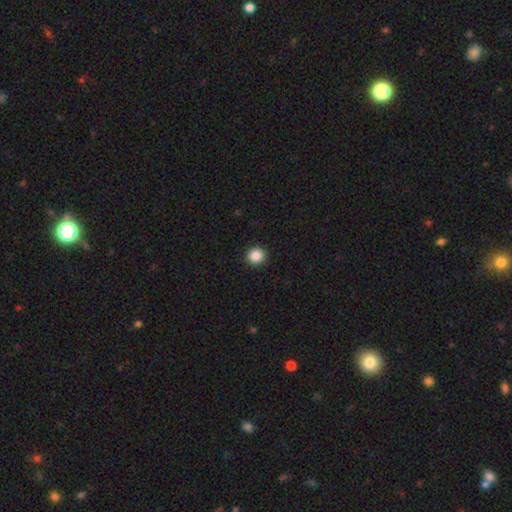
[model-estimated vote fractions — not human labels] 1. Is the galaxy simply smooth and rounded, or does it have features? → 87% smooth, 10% star or artifact, 3% featured or disk.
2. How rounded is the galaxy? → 92% round, 7% in between, 1% cigar-shaped.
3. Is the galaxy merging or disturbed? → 93% none, 5% minor disturbance, 2% major disturbance, 1% merger.